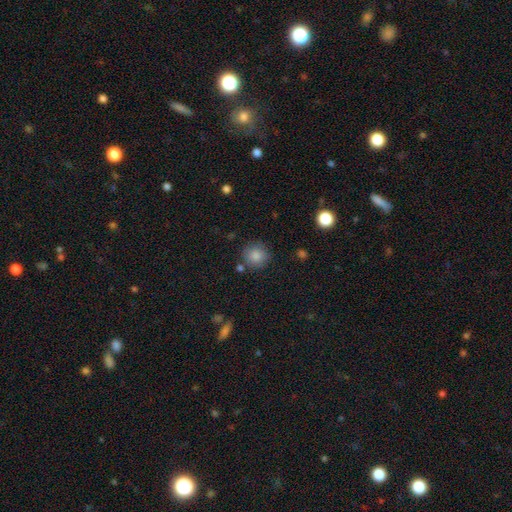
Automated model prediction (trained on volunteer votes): Smooth or featured? Predicted: smooth (p=0.85). How rounded? Predicted: round (p=0.92). Merging? Predicted: none (p=0.84).